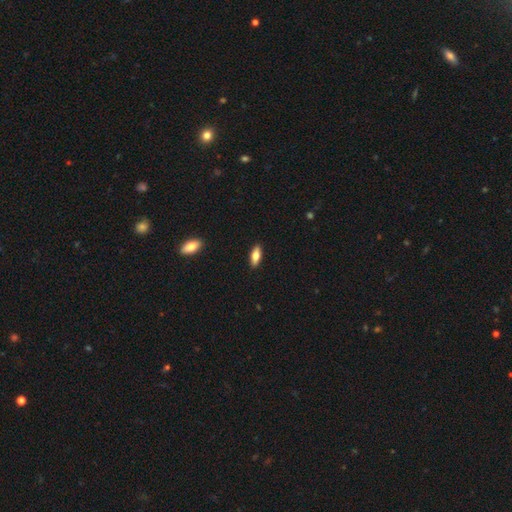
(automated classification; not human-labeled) Smooth or featured? smooth (71%)
How rounded? in between (70%)
Merging? none (90%)